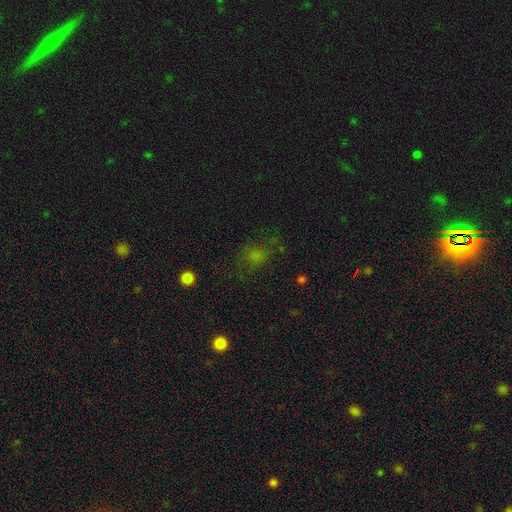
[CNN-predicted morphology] Smooth or featured? Predicted: smooth (p=0.58). How rounded? Predicted: round (p=0.60). Merging? Predicted: none (p=0.65).